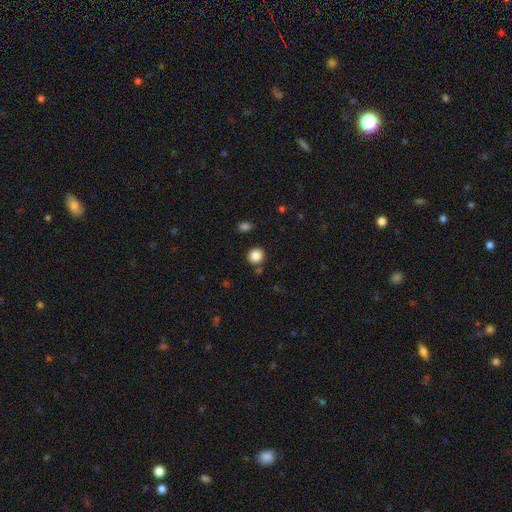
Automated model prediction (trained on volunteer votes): Smooth or featured? Predicted: smooth (p=0.86). How rounded? Predicted: round (p=0.88). Merging? Predicted: none (p=0.84).